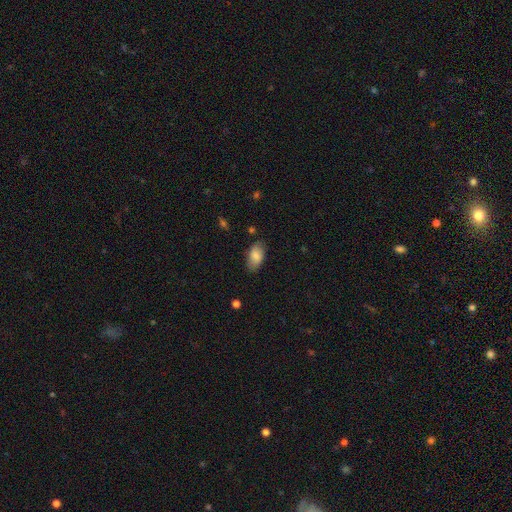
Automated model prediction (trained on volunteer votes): A smooth galaxy with no disk features (81%) that is in between round and cigar-shaped (94%).

Vote fractions:
- Smooth or featured? smooth: 81% / featured or disk: 12% / star or artifact: 7%
- How rounded? in between: 94% / round: 4% / cigar-shaped: 3%
- Merging? none: 78% / minor disturbance: 17% / major disturbance: 3% / merger: 1%